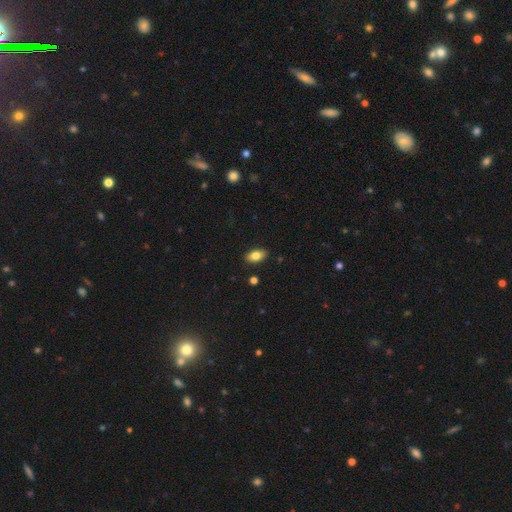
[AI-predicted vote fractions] smooth 80%, featured or disk 12%, star or artifact 8%. Down the decision tree: how rounded — in between (91%); merging — none (89%).